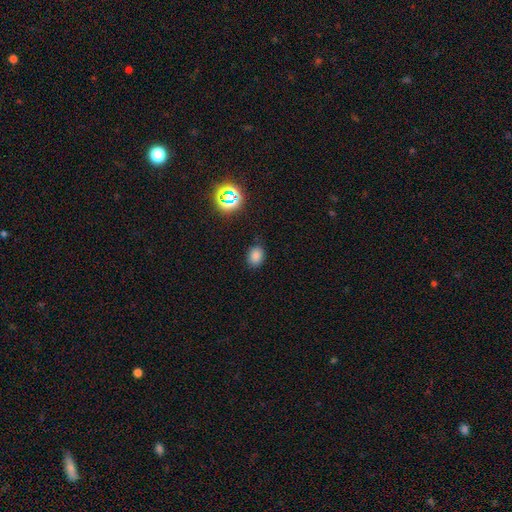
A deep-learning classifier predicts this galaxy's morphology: This appears to be a smooth galaxy with no disk features (79%) that is in between round and cigar-shaped (66%). Merging: none (84%).